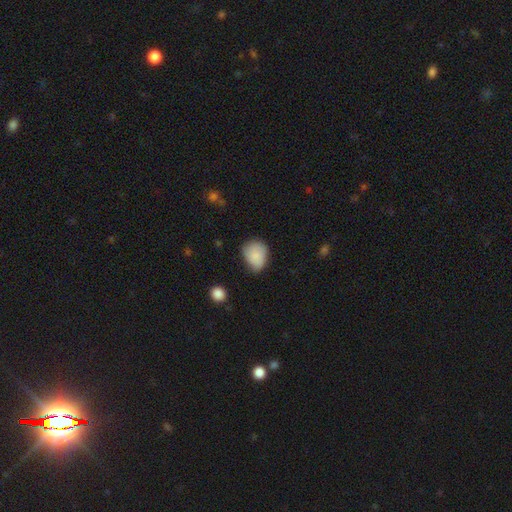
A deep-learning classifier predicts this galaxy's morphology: Smooth or featured: smooth — 84% (featured or disk — 9%)
How rounded: in between — 51% (round — 48%)
Merging: none — 50% (minor disturbance — 39%)